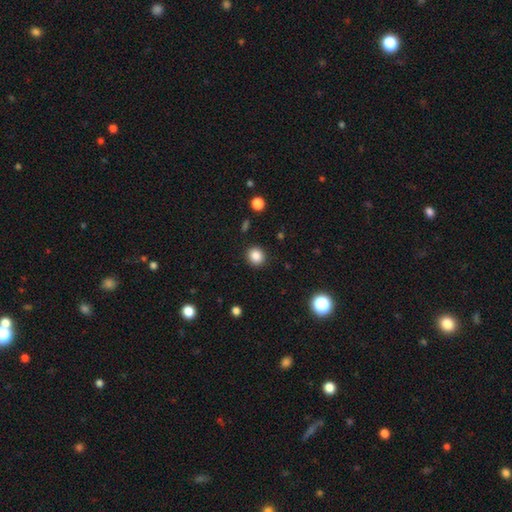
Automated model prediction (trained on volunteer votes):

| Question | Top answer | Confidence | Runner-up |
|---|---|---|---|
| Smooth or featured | smooth | 86% | star or artifact (10%) |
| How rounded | round | 84% | in between (15%) |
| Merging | none | 91% | minor disturbance (6%) |